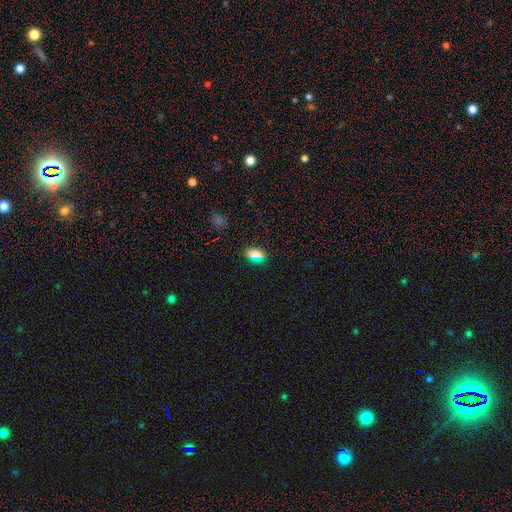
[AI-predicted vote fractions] Smooth or featured? Predicted: smooth (p=0.69). How rounded? Predicted: in between (p=0.75). Merging? Predicted: none (p=0.88).